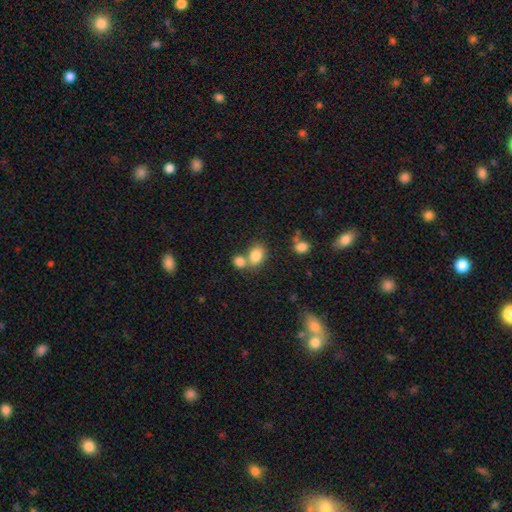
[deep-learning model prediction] smooth_or_featured: smooth (p=0.83) [alt: star or artifact p=0.10]
how_rounded: in between (p=0.65) [alt: round p=0.34]
merging: none (p=0.44) [alt: merger p=0.42]